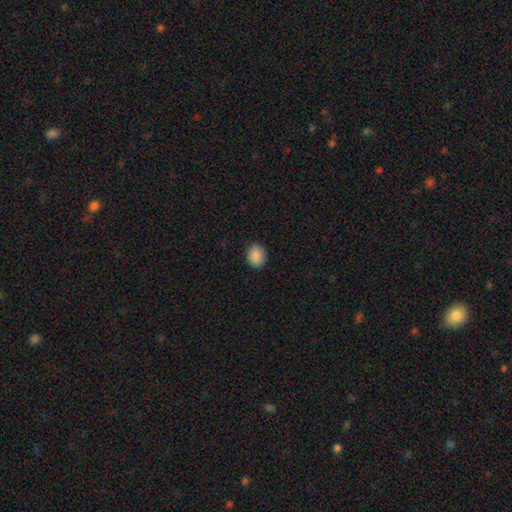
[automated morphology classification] smooth 89%, star or artifact 8%, featured or disk 3%. Down the decision tree: how rounded — in between (51%); merging — none (89%).